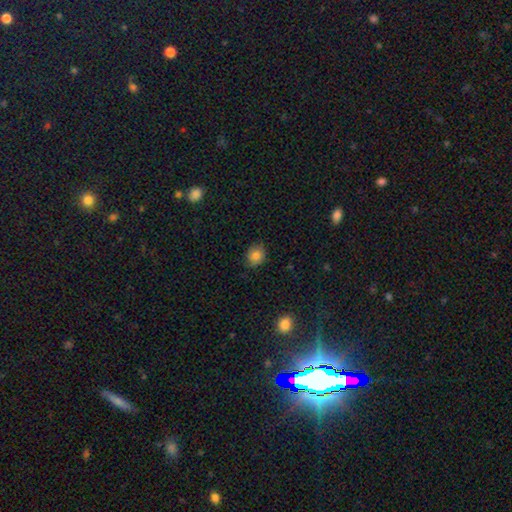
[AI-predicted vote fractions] smooth-or-featured: smooth: 84% | star or artifact: 10% | featured or disk: 6%
  how-rounded: round: 66% | in between: 33% | cigar-shaped: 1%
  merging: none: 79% | minor disturbance: 17% | major disturbance: 3% | merger: 1%